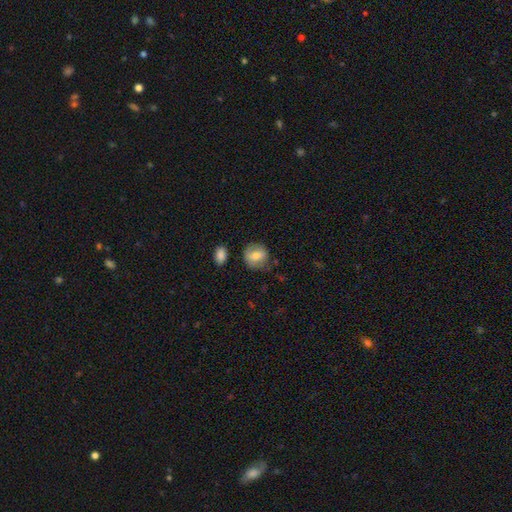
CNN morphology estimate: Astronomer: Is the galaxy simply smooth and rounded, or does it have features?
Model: smooth — 69%.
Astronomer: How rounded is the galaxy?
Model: round — 75%.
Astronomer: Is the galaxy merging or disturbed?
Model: none — 71%.